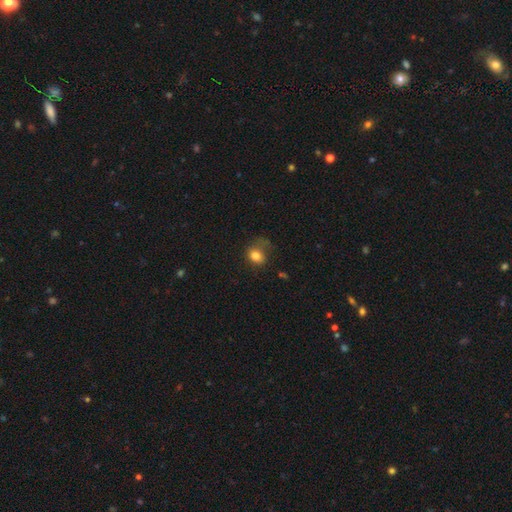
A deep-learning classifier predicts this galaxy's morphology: Smooth or featured? Predicted: smooth (p=0.78). How rounded? Predicted: round (p=0.57). Merging? Predicted: none (p=0.42).